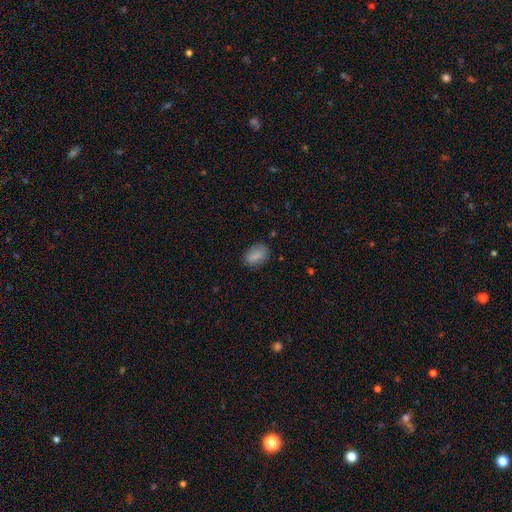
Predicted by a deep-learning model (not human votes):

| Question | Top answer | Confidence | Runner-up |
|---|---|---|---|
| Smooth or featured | smooth | 85% | star or artifact (8%) |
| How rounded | in between | 85% | round (13%) |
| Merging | none | 80% | minor disturbance (15%) |